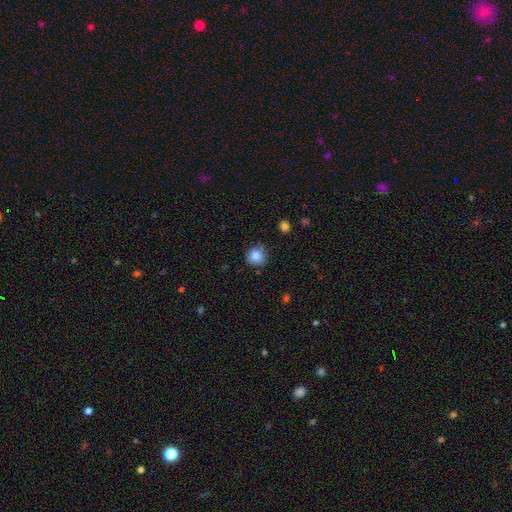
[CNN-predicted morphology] Q: Smooth or featured?
A: smooth (84%); runner-up: star or artifact (10%)
Q: How rounded?
A: round (86%); runner-up: in between (13%)
Q: Merging?
A: none (75%); runner-up: minor disturbance (18%)